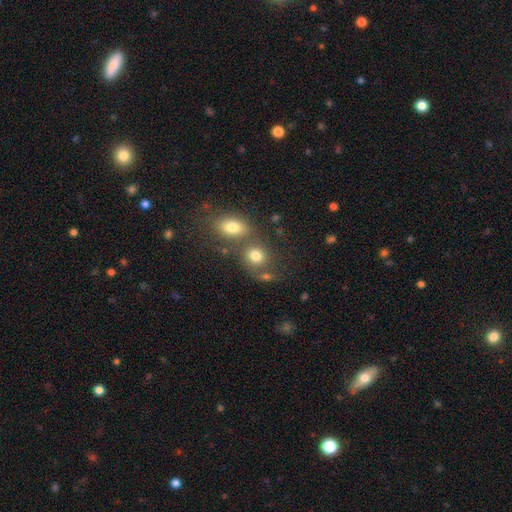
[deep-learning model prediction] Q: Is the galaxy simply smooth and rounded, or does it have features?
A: smooth — 73%.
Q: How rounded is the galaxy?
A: round — 68%.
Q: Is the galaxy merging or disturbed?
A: none — 42%.